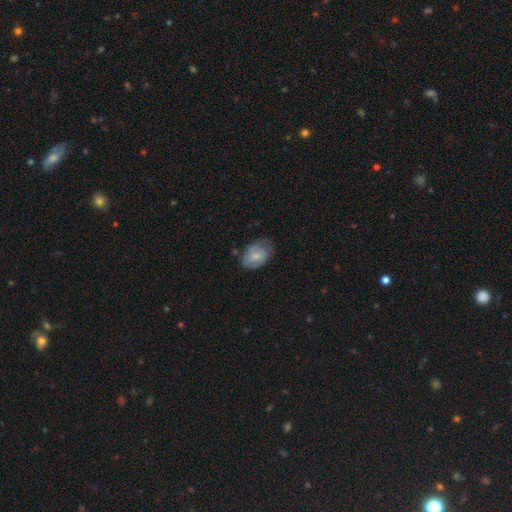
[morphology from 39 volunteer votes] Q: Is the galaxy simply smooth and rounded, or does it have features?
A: smooth — 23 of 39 (59%).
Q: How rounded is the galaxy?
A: in between — 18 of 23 (78%).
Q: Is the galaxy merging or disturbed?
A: none — 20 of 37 (54%).